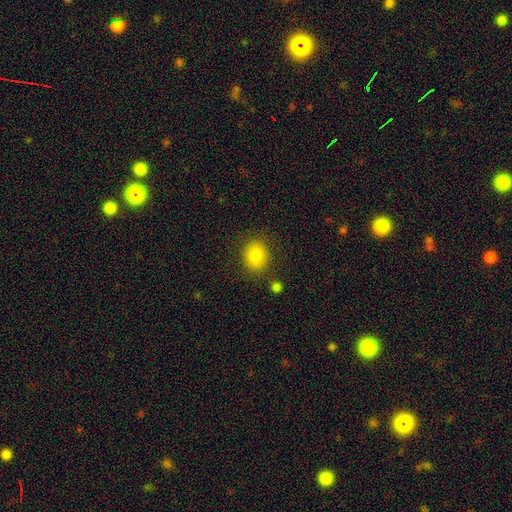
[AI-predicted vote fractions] The model was most divided on "how rounded": round: 62%, in between: 37%, cigar-shaped: 1%. More confident: smooth or featured — smooth (83%); merging — none (83%).